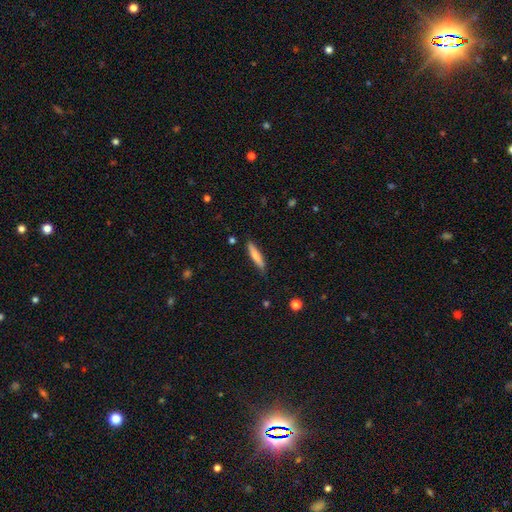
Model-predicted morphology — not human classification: The model was most divided on "smooth or featured": smooth: 67%, featured or disk: 27%, star or artifact: 6%. More confident: how rounded — cigar-shaped (88%); merging — none (84%).